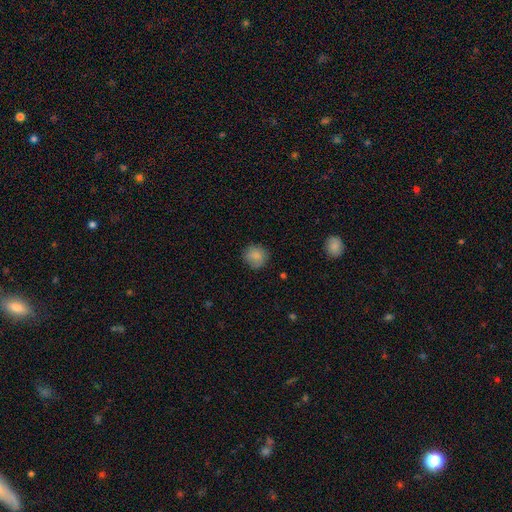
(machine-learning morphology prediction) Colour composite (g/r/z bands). It shows a smooth galaxy with no disk features (86%) that is round (91%). Merging: none (85%).